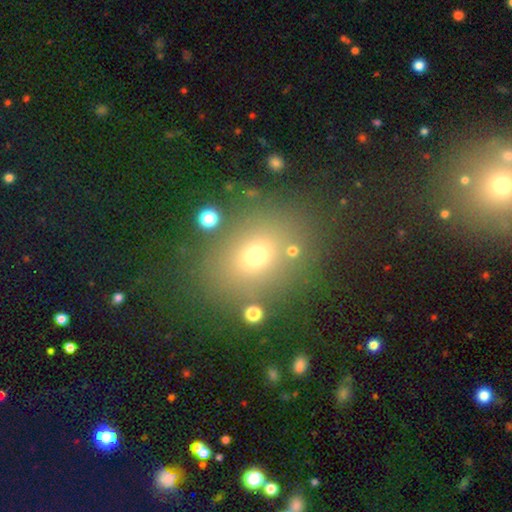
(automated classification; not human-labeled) Overall: smooth (65%). How rounded: in between (50%; round 49%). Merging: none (79%).